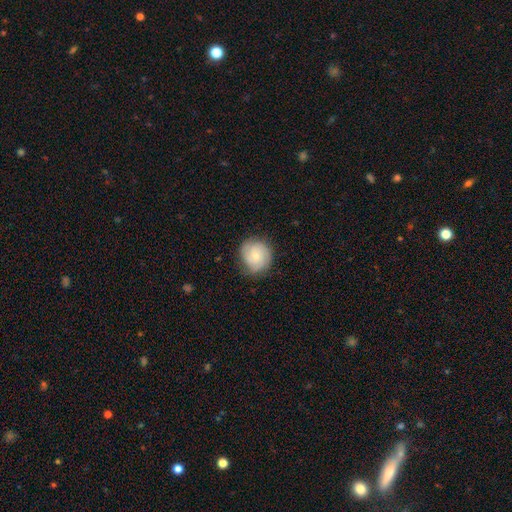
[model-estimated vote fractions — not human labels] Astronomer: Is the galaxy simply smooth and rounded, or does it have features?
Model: featured or disk — 47% (runner-up: smooth, 45%).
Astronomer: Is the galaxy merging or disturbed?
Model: none — 79%.